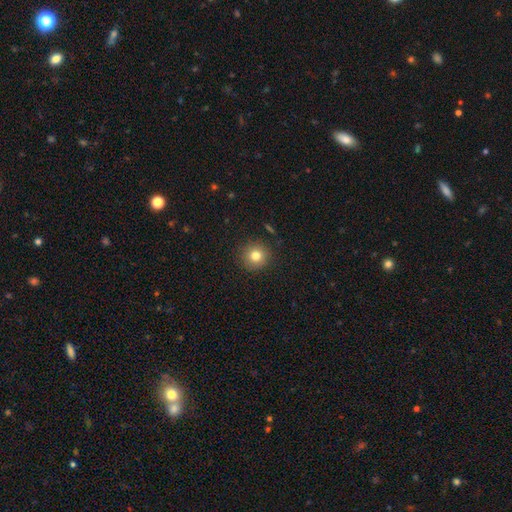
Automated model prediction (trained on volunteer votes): smooth_or_featured: smooth (p=0.79) [alt: star or artifact p=0.12]
how_rounded: round (p=0.94) [alt: in between p=0.05]
merging: none (p=0.90) [alt: minor disturbance p=0.06]